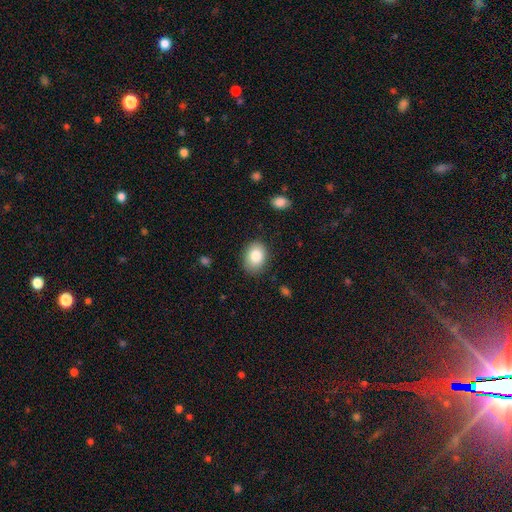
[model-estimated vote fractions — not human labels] Q: Smooth or featured?
A: smooth (83%); runner-up: featured or disk (9%)
Q: How rounded?
A: in between (70%); runner-up: round (30%)
Q: Merging?
A: none (84%); runner-up: minor disturbance (12%)